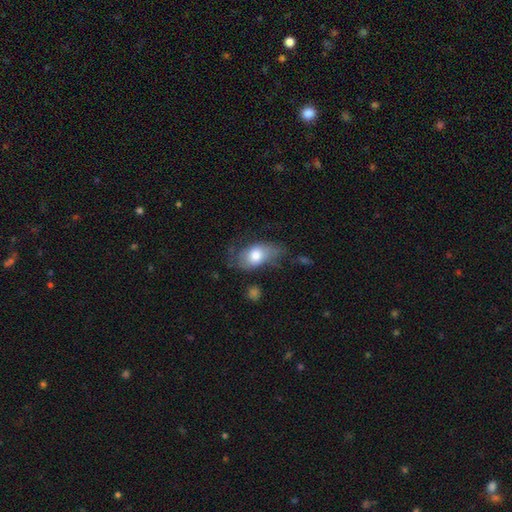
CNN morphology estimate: Overall: smooth (70%). How rounded: in between (87%). Merging: none (46%; minor disturbance 31%).